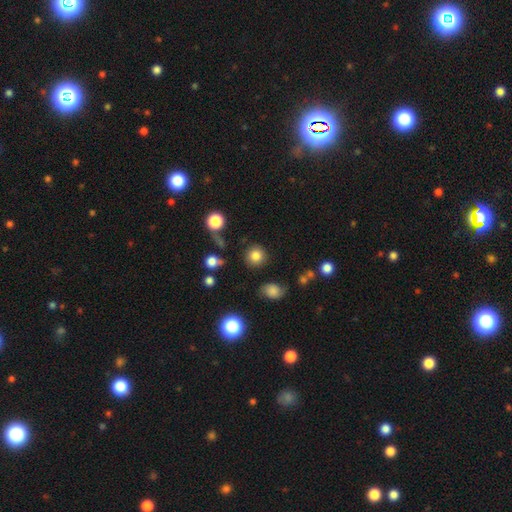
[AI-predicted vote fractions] Smooth or featured? Predicted: smooth (p=0.82). How rounded? Predicted: round (p=0.92). Merging? Predicted: none (p=0.85).